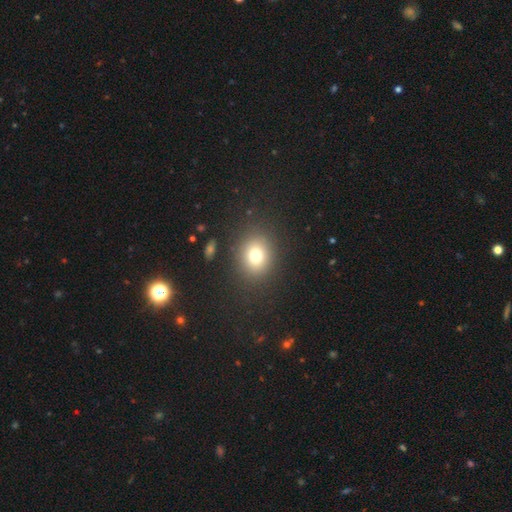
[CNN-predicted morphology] smooth_or_featured: smooth (p=0.75) [alt: star or artifact p=0.14]
how_rounded: round (p=0.67) [alt: in between p=0.32]
merging: none (p=0.86) [alt: minor disturbance p=0.08]